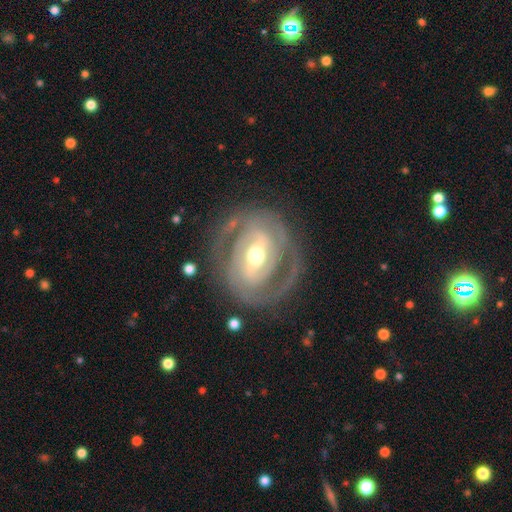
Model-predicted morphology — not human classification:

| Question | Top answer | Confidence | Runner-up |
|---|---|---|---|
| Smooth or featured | featured or disk | 87% | smooth (9%) |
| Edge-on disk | no | 96% | yes (4%) |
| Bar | strong | 52% | weak (33%) |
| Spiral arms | yes | 88% | no (12%) |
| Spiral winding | tight | 57% | medium (34%) |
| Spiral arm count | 2 | 74% | can't tell (11%) |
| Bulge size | moderate | 68% | small (21%) |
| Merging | none | 77% | minor disturbance (14%) |